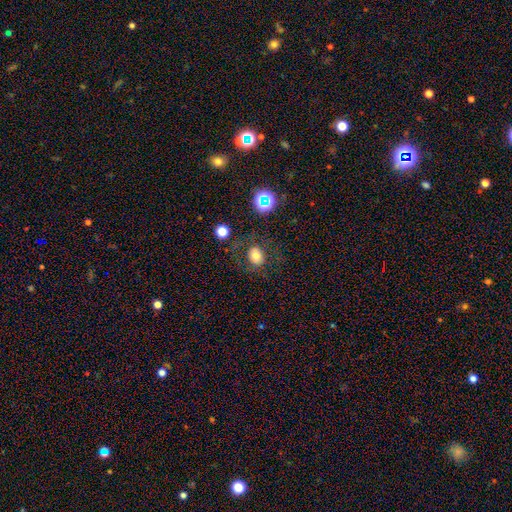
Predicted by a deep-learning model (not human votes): smooth_or_featured: smooth (p=0.69) [alt: featured or disk p=0.16]
how_rounded: round (p=0.62) [alt: in between p=0.37]
merging: none (p=0.74) [alt: minor disturbance p=0.13]